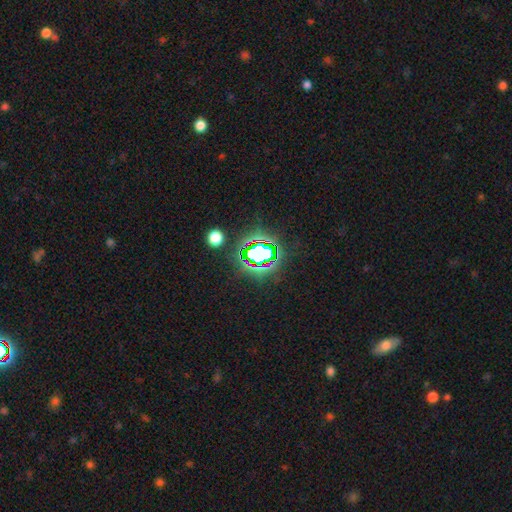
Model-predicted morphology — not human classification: smooth_or_featured: star or artifact (p=0.80) [alt: smooth p=0.12]